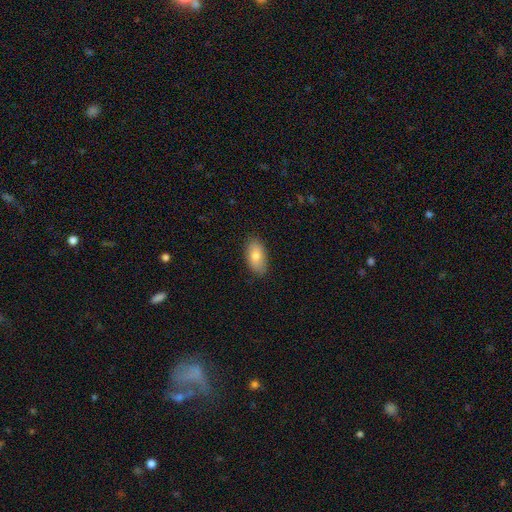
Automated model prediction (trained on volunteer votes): Smooth or featured?
  - smooth: 78% *
  - featured or disk: 15%
  - star or artifact: 7%
How rounded?
  - in between: 93% *
  - round: 4%
  - cigar-shaped: 3%
Merging?
  - none: 86% *
  - minor disturbance: 11%
  - major disturbance: 2%
  - merger: 1%